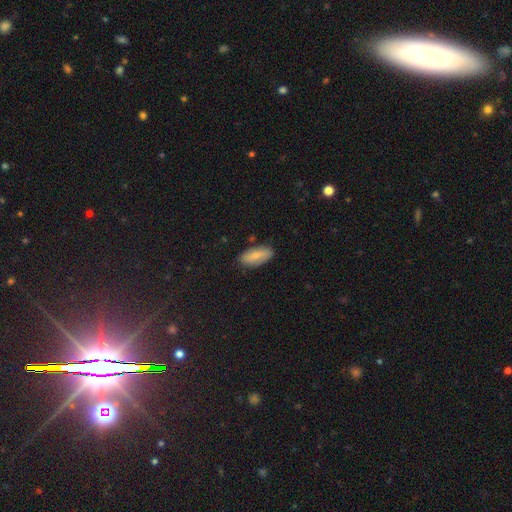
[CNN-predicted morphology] This is likely a smooth galaxy (77%). How rounded: clearly in between (86%). Merging: clearly none (81%).